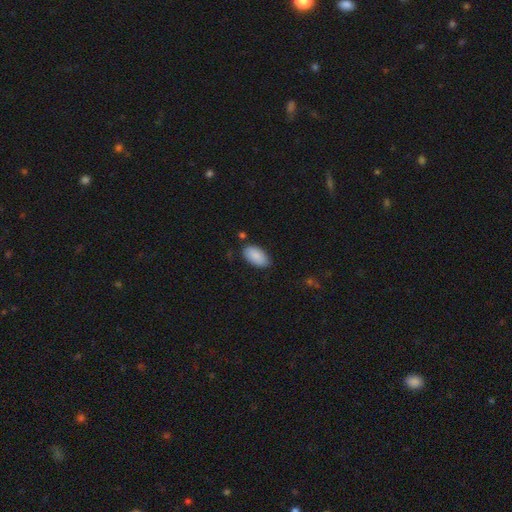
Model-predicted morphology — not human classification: Smooth or featured?
  - smooth: 88% *
  - star or artifact: 6%
  - featured or disk: 6%
How rounded?
  - in between: 95% *
  - round: 3%
  - cigar-shaped: 2%
Merging?
  - none: 79% *
  - minor disturbance: 16%
  - major disturbance: 3%
  - merger: 2%